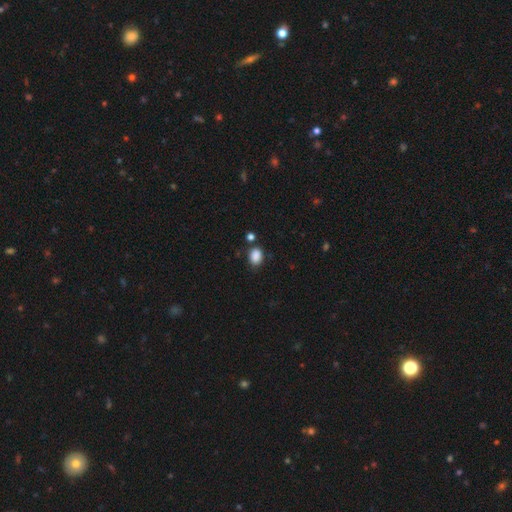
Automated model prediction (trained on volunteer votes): Smooth or featured? Predicted: smooth (p=0.87). How rounded? Predicted: in between (p=0.69). Merging? Predicted: none (p=0.74).